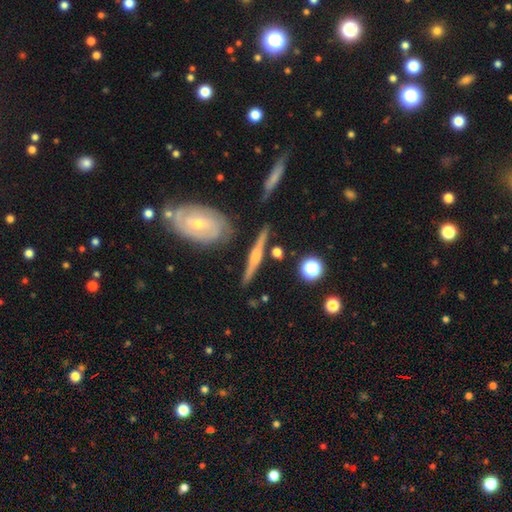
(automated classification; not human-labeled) A featured or disk galaxy (77%) viewed edge-on (95%) with a rounded central bulge (85%).

Vote fractions:
- Smooth or featured? featured or disk: 77% / smooth: 17% / star or artifact: 6%
- Edge-on disk? yes: 95% / no: 5%
- Edge-on bulge? rounded: 85% / boxy: 8% / none: 7%
- Merging? none: 81% / minor disturbance: 11% / merger: 5% / major disturbance: 3%